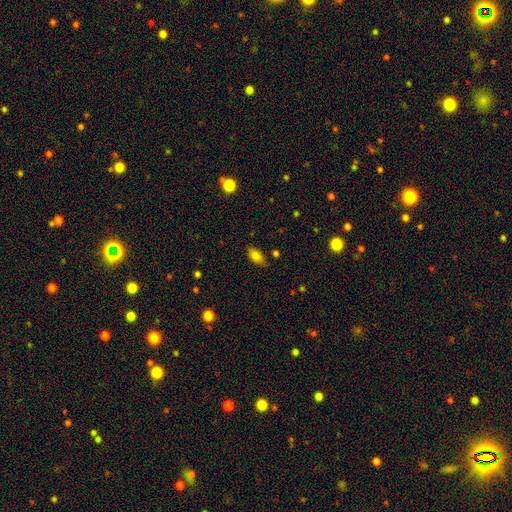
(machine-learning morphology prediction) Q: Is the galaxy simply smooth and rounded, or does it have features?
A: smooth — 79%.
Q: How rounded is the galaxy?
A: in between — 89%.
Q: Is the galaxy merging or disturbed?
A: none — 78%.